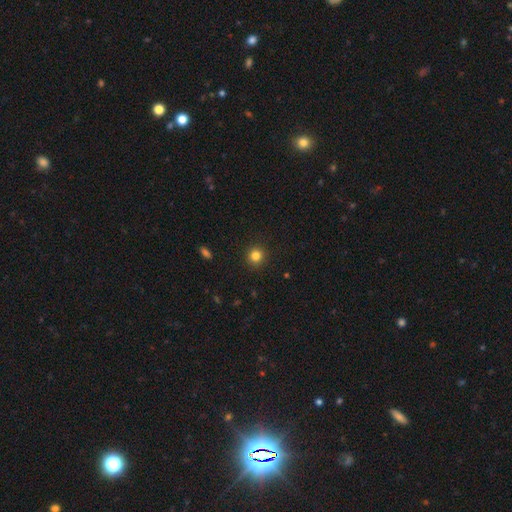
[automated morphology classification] Smooth or featured?
  - smooth: 83% *
  - star or artifact: 12%
  - featured or disk: 5%
How rounded?
  - round: 92% *
  - in between: 7%
  - cigar-shaped: 1%
Merging?
  - none: 92% *
  - minor disturbance: 5%
  - major disturbance: 2%
  - merger: 1%